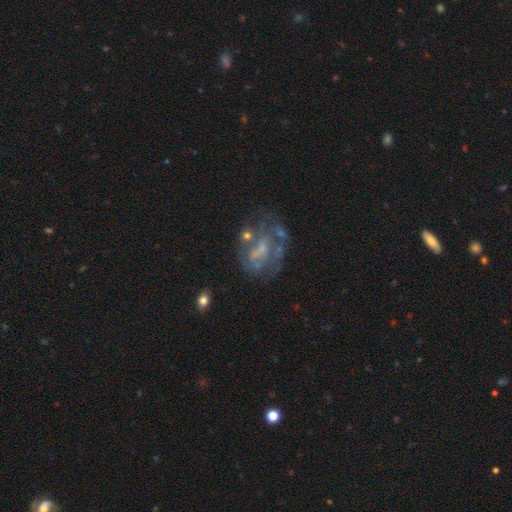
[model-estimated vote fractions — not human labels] A featured or disk galaxy (59%) with no bar (55%), no spiral arms (54%) and no central bulge (42%). Merging: none (47%).